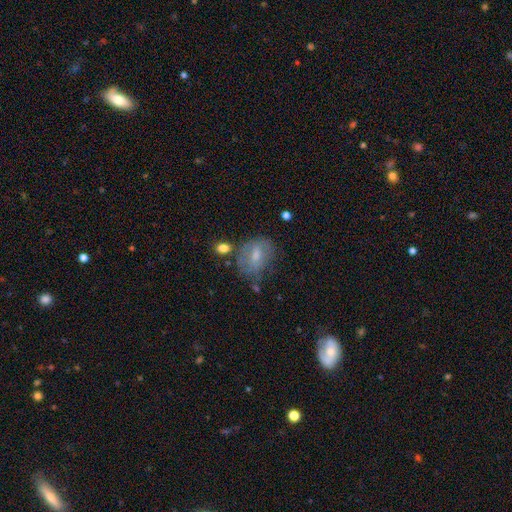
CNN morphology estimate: Q: Smooth or featured?
A: smooth (57%); runner-up: featured or disk (34%)
Q: How rounded?
A: in between (71%); runner-up: round (27%)
Q: Merging?
A: none (53%); runner-up: minor disturbance (26%)